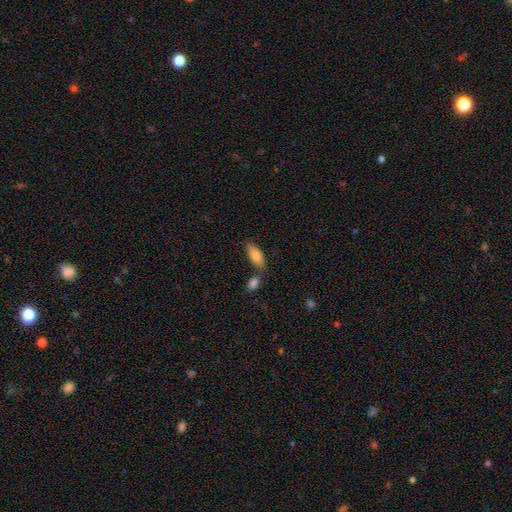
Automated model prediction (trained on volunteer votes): Morphology: type=smooth (83%); roundness=in between (80%); merging=none (64%).